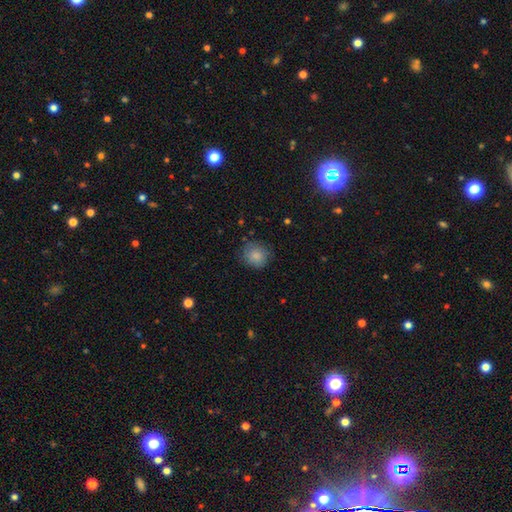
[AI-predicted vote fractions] smooth_or_featured: smooth (p=0.84) [alt: star or artifact p=0.09]
how_rounded: round (p=0.86) [alt: in between p=0.13]
merging: none (p=0.80) [alt: minor disturbance p=0.15]